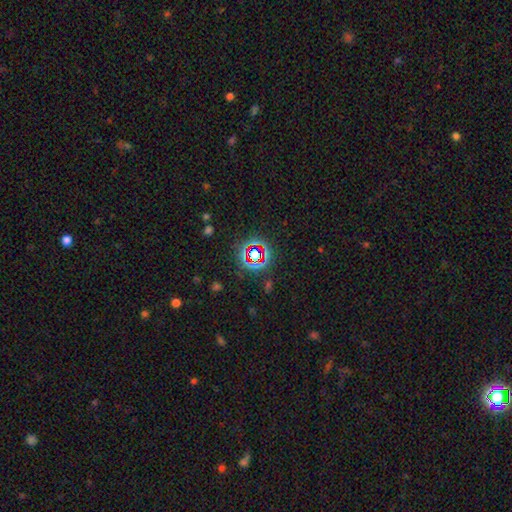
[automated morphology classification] A star or artifact, not a galaxy (71%).

Vote fractions:
- Smooth or featured? star or artifact: 71% / smooth: 18% / featured or disk: 10%